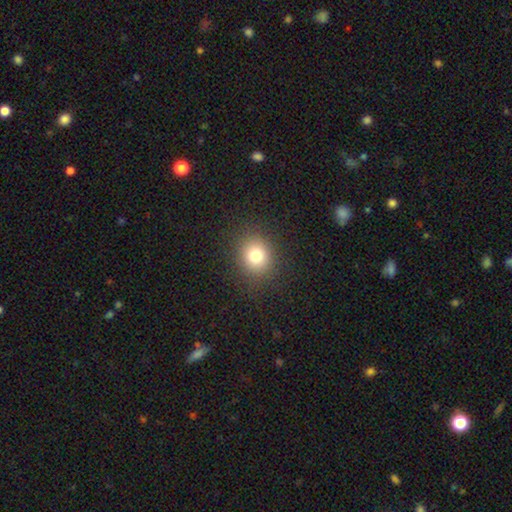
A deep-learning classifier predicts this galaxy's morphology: Smooth or featured?
  - smooth: 78% *
  - star or artifact: 14%
  - featured or disk: 8%
How rounded?
  - round: 77% *
  - in between: 22%
  - cigar-shaped: 1%
Merging?
  - none: 89% *
  - minor disturbance: 7%
  - major disturbance: 3%
  - merger: 1%